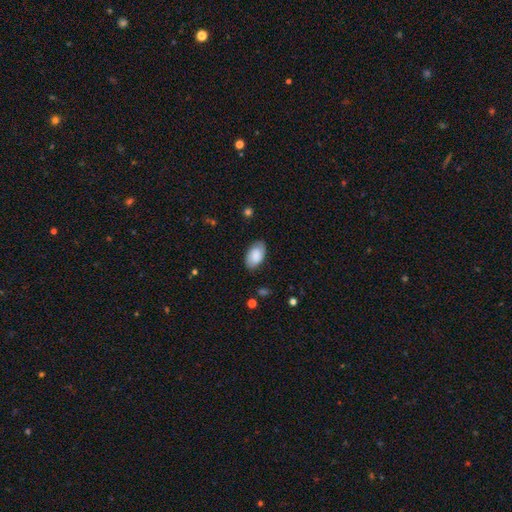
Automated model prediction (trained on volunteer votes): This appears to be a smooth galaxy with no disk features (72%) that is in between round and cigar-shaped (94%). Merging: none (79%).